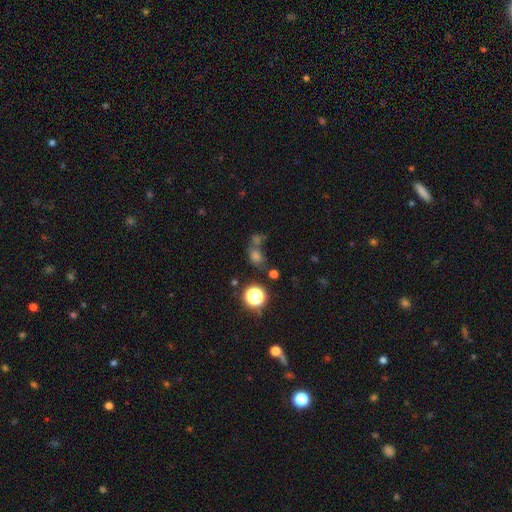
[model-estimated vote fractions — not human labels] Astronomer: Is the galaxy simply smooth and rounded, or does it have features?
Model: smooth — 56% (runner-up: star or artifact, 33%).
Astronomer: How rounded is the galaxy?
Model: round — 60% (runner-up: in between, 38%).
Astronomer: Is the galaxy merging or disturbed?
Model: none — 47% (runner-up: merger, 35%).